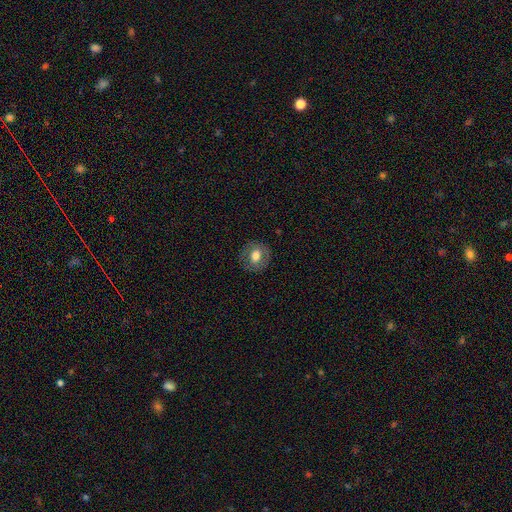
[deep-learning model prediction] Smooth or featured?
  - smooth: 63% *
  - featured or disk: 29%
  - star or artifact: 8%
How rounded?
  - round: 74% *
  - in between: 24%
  - cigar-shaped: 1%
Merging?
  - none: 84% *
  - minor disturbance: 11%
  - major disturbance: 4%
  - merger: 1%